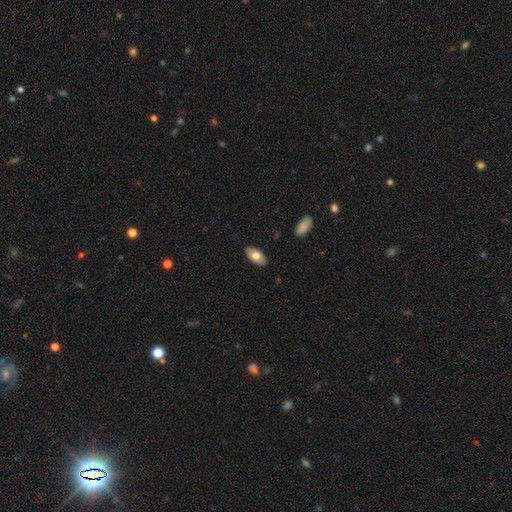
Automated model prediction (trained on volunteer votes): A smooth galaxy with no disk features (71%) that is in between round and cigar-shaped (93%). Merging: none (87%).